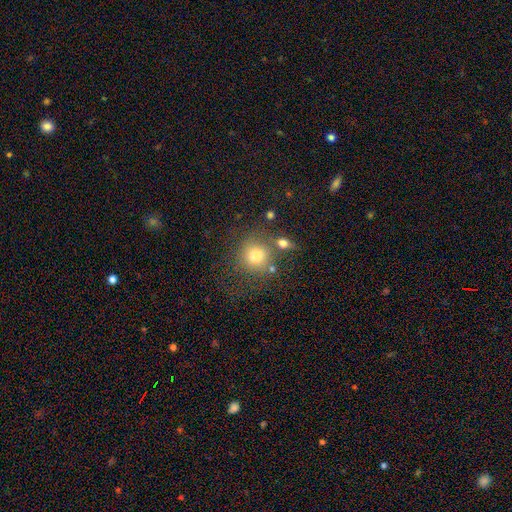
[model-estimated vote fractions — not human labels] smooth-or-featured: smooth: 75% | star or artifact: 14% | featured or disk: 12%
  how-rounded: round: 82% | in between: 16% | cigar-shaped: 1%
  merging: none: 60% | minor disturbance: 16% | merger: 14% | major disturbance: 10%